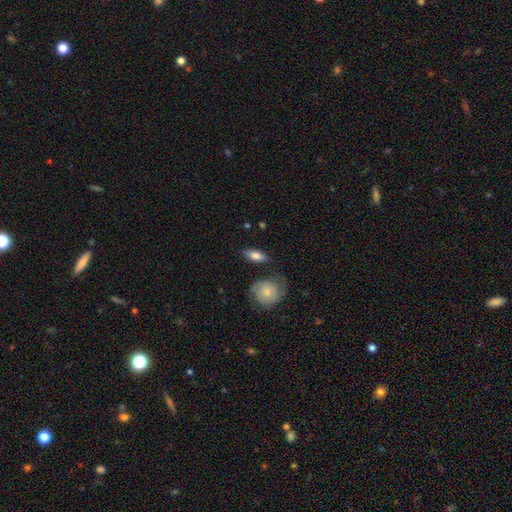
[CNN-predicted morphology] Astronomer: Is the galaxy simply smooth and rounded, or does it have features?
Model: smooth — 68%.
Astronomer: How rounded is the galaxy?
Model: in between — 75%.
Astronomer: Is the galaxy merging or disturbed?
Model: none — 75%.